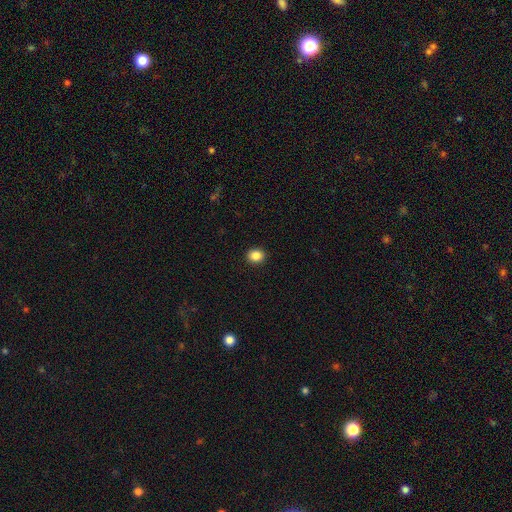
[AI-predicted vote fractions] Q: Smooth or featured?
A: smooth (86%); runner-up: star or artifact (10%)
Q: How rounded?
A: round (77%); runner-up: in between (22%)
Q: Merging?
A: none (93%); runner-up: minor disturbance (5%)